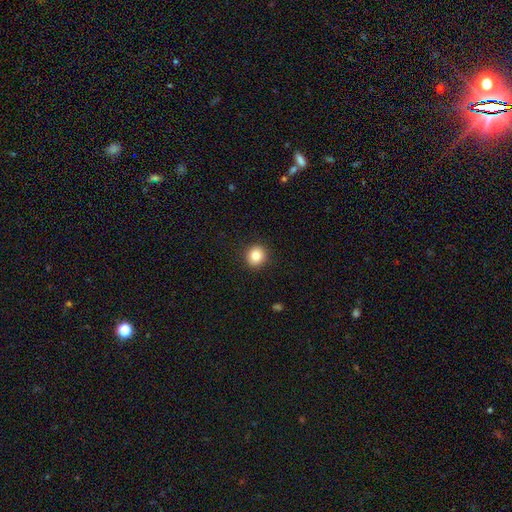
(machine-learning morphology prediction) Q: Smooth or featured?
A: smooth (83%); runner-up: star or artifact (10%)
Q: How rounded?
A: round (88%); runner-up: in between (11%)
Q: Merging?
A: none (92%); runner-up: minor disturbance (6%)